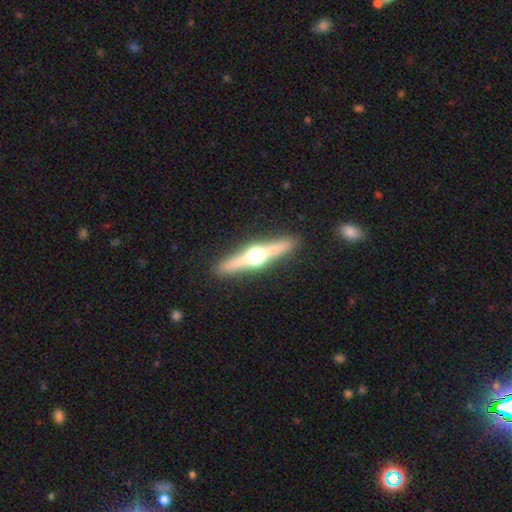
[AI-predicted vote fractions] Smooth or featured? featured or disk (76%)
Edge-on disk? yes (97%)
Edge-on bulge? rounded (96%)
Merging? none (89%)